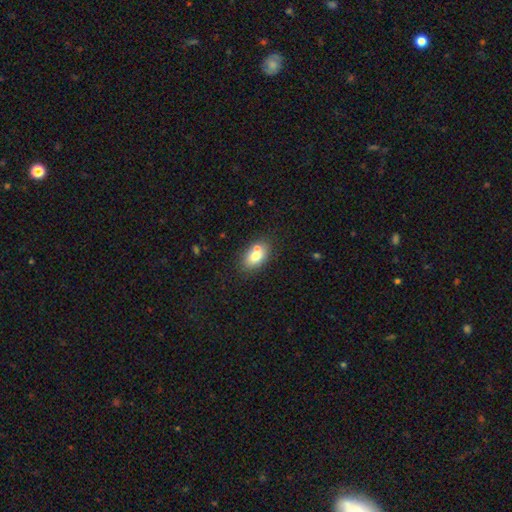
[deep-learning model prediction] Smooth or featured: smooth — 73% (featured or disk — 18%)
How rounded: in between — 86% (round — 12%)
Merging: none — 59% (merger — 24%)